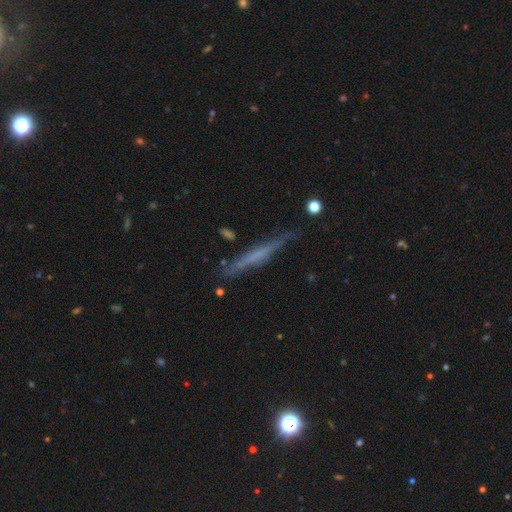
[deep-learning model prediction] Smooth or featured: featured or disk — 56% (smooth — 36%)
Edge-on disk: yes — 94% (no — 6%)
Edge-on bulge: none — 73% (rounded — 14%)
Merging: none — 79% (minor disturbance — 15%)